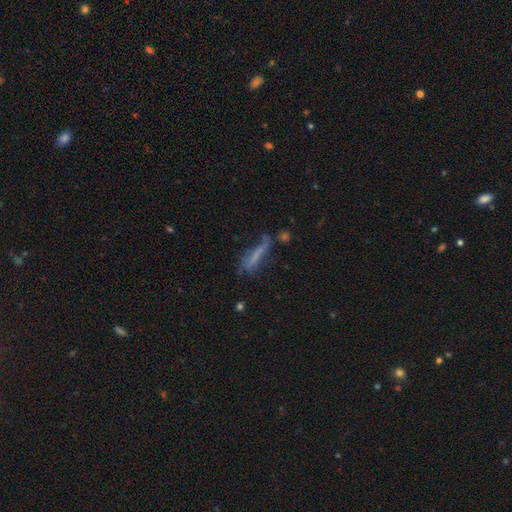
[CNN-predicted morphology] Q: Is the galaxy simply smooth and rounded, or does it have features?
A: smooth — 53%.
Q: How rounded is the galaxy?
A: cigar-shaped — 83%.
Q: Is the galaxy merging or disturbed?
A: none — 43%.